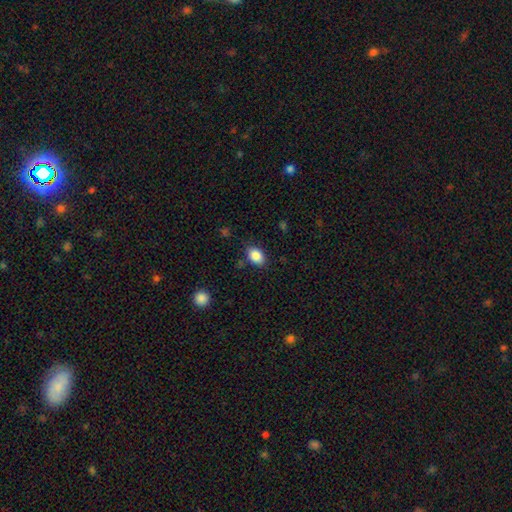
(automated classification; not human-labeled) Overall: smooth (87%). How rounded: in between (78%). Merging: none (83%).